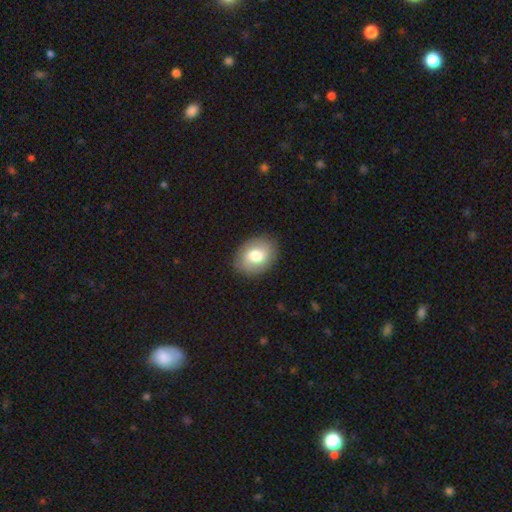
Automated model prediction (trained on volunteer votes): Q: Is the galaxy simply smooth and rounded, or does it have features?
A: smooth — 70%.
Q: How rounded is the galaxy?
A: in between — 66%.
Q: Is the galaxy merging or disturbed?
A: none — 87%.